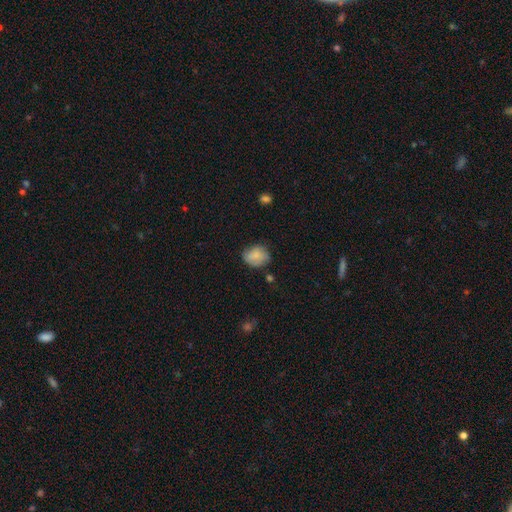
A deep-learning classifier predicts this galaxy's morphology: Smooth or featured? Predicted: smooth (p=0.78). How rounded? Predicted: round (p=0.55). Merging? Predicted: none (p=0.61).